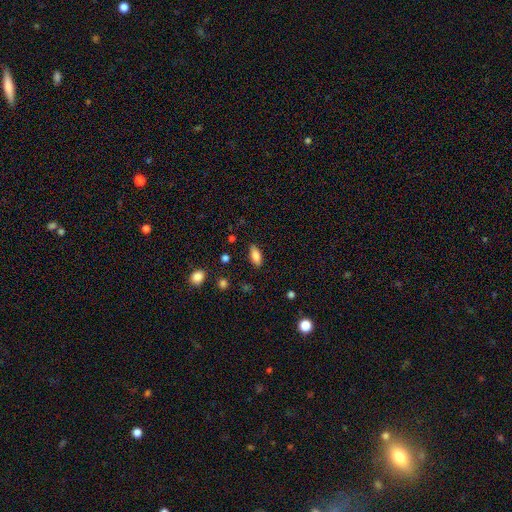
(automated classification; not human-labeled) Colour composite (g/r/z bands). It shows a smooth galaxy with no disk features (81%) that is in between round and cigar-shaped (83%). Merging: none (82%).